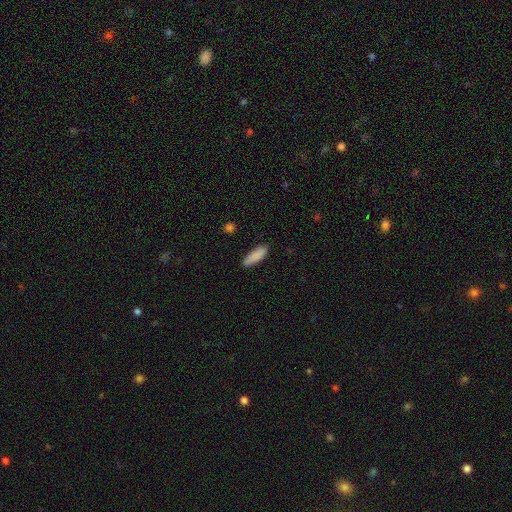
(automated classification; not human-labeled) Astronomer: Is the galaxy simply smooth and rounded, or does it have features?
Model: smooth — 88%.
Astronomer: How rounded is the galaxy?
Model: cigar-shaped — 52% (runner-up: in between, 47%).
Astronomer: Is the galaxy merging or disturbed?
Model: none — 87%.